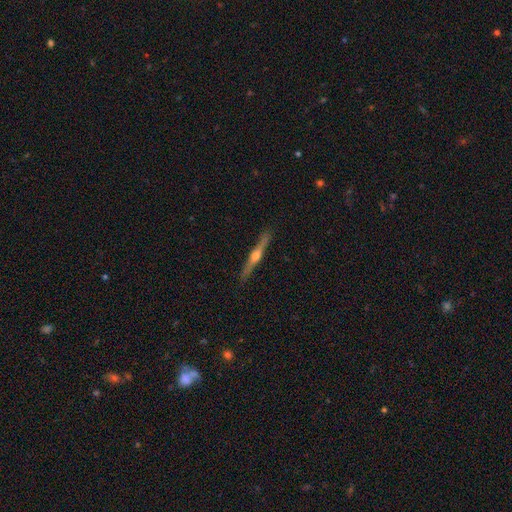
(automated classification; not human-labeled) featured or disk 76%, smooth 18%, star or artifact 6%. Down the decision tree: edge-on disk — yes (98%); edge-on bulge — rounded (92%); merging — none (90%).